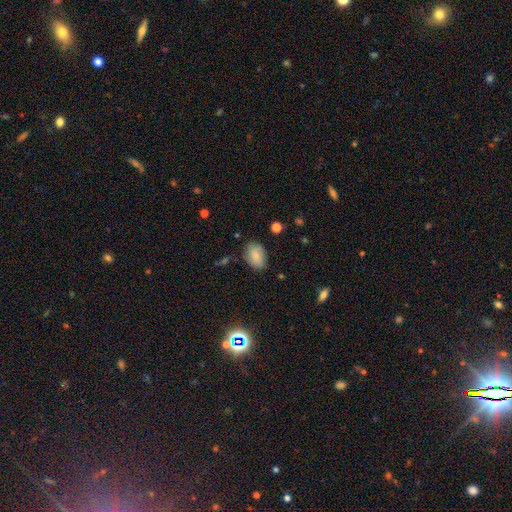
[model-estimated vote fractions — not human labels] This appears to be a smooth galaxy with no disk features (83%) that is in between round and cigar-shaped (86%). Merging: none (76%).